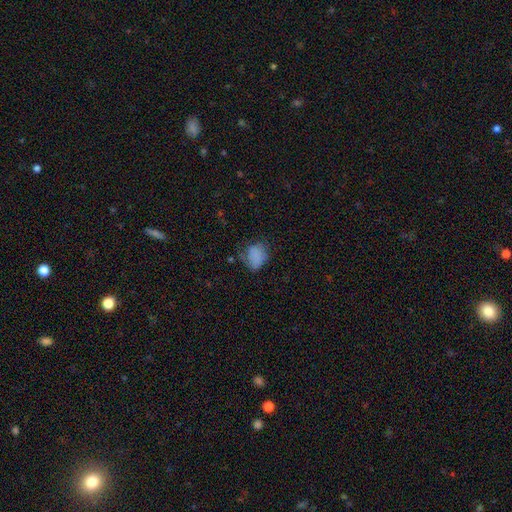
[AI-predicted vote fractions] smooth 77%, featured or disk 12%, star or artifact 11%. Down the decision tree: how rounded — in between (61%); merging — none (43%).